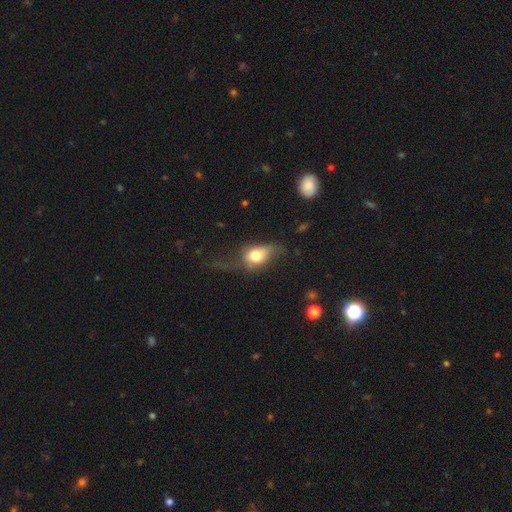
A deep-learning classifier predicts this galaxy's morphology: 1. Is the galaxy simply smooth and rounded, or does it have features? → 63% smooth, 28% featured or disk, 9% star or artifact.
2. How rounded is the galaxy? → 62% in between, 35% round, 3% cigar-shaped.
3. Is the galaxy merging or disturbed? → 42% major disturbance, 27% none, 26% minor disturbance, 4% merger.